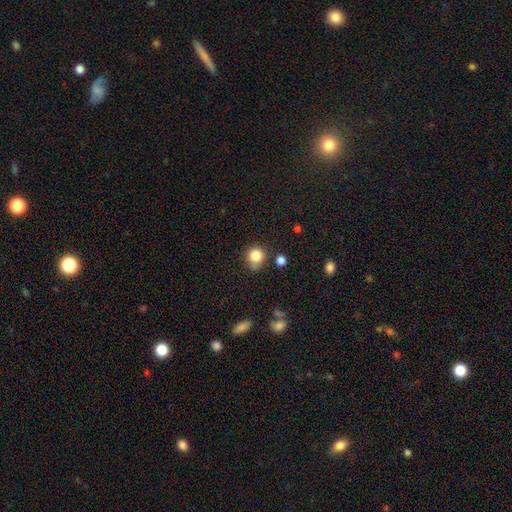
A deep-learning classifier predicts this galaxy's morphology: Smooth or featured?
  - smooth: 83% *
  - star or artifact: 11%
  - featured or disk: 6%
How rounded?
  - round: 87% *
  - in between: 12%
  - cigar-shaped: 1%
Merging?
  - none: 68% *
  - minor disturbance: 20%
  - merger: 7%
  - major disturbance: 5%